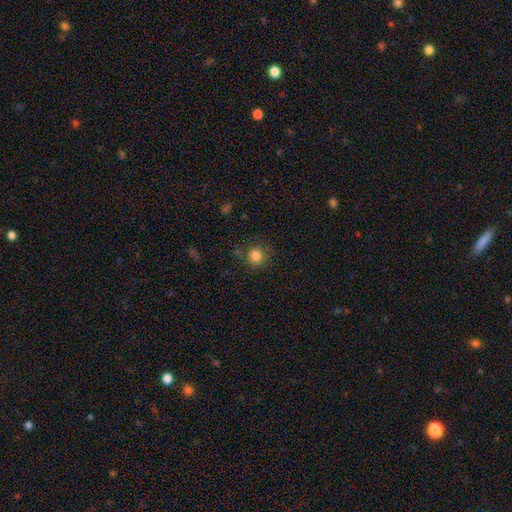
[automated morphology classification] type=smooth (83%); roundness=round (90%); merging=none (82%).